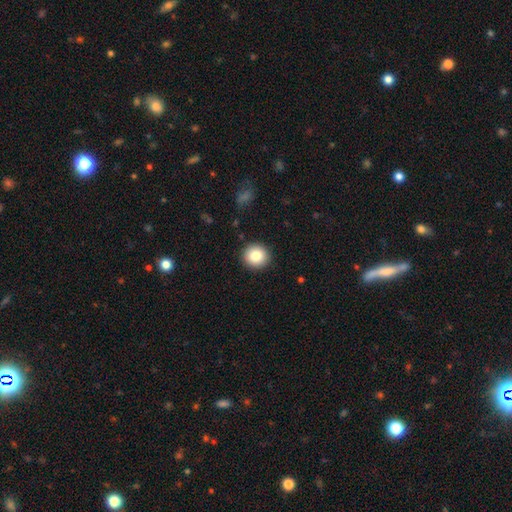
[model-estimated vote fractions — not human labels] Smooth or featured? Predicted: smooth (p=0.83). How rounded? Predicted: round (p=0.93). Merging? Predicted: none (p=0.91).